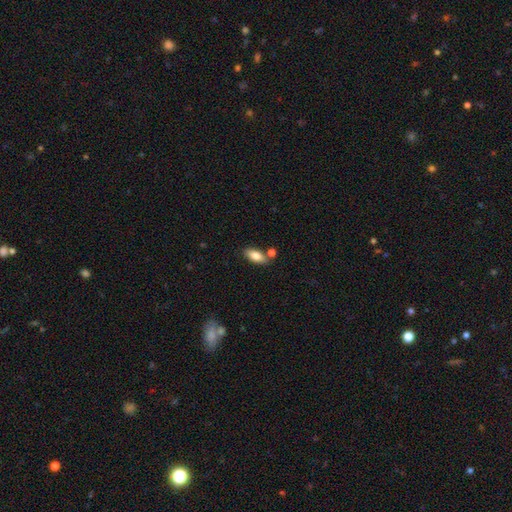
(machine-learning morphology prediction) smooth_or_featured: smooth (p=0.80) [alt: featured or disk p=0.13]
how_rounded: in between (p=0.85) [alt: cigar-shaped p=0.12]
merging: none (p=0.73) [alt: minor disturbance p=0.12]